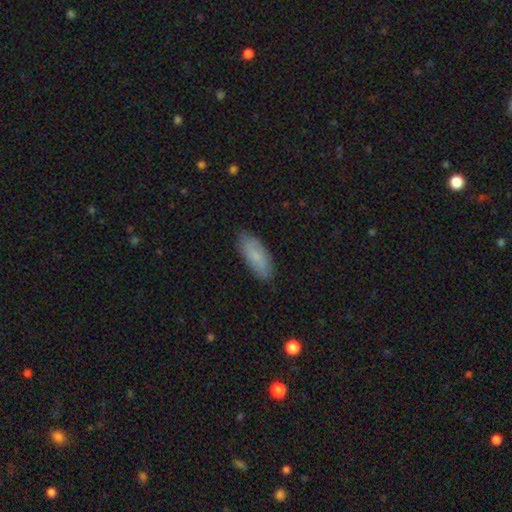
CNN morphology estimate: This appears to be a smooth galaxy with no disk features (78%) that is in between round and cigar-shaped (78%). Merging: none (84%).